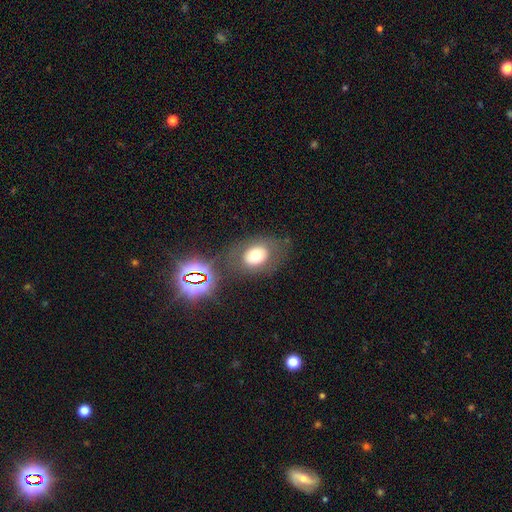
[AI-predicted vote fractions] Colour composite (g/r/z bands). It shows a smooth galaxy with no disk features (65%) that is in between round and cigar-shaped (68%). Merging: none (72%).